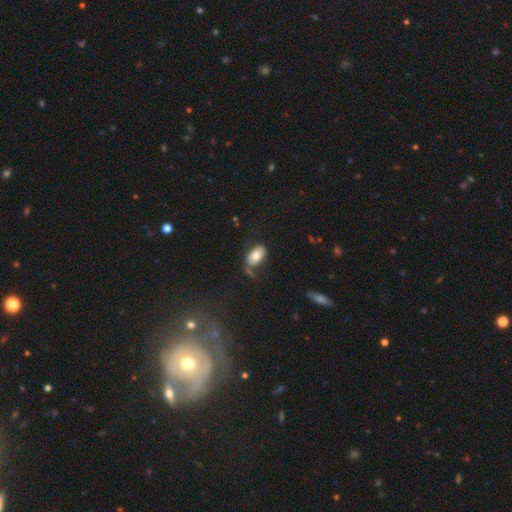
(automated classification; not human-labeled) Morphology: type=smooth (76%); roundness=in between (93%); merging=none (62%).